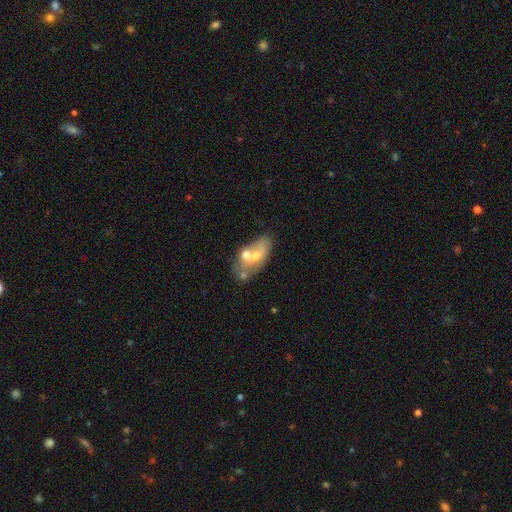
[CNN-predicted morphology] The model was most divided on "smooth or featured": smooth: 51%, featured or disk: 40%, star or artifact: 9%. Remaining: how rounded — in between (85%); merging — merger (46%).